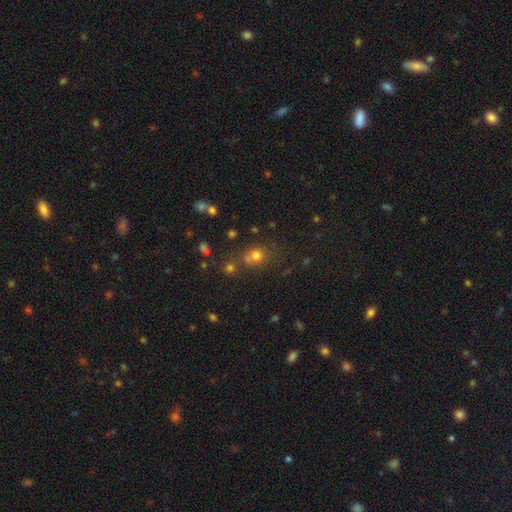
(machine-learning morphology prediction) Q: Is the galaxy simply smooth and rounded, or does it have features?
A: smooth — 66%.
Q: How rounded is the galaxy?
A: round — 77%.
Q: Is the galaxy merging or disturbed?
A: none — 55%.